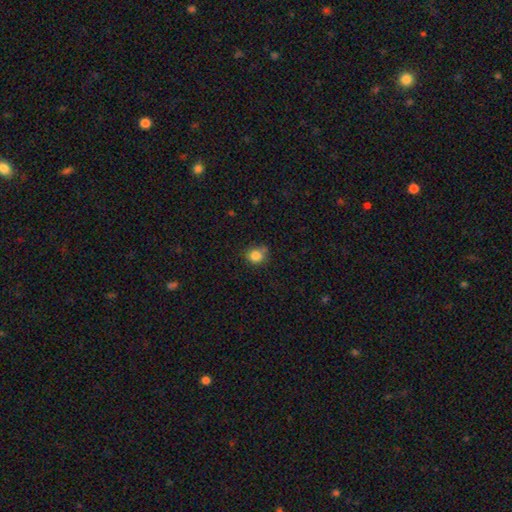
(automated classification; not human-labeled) Smooth or featured: smooth — 84% (star or artifact — 11%)
How rounded: round — 81% (in between — 19%)
Merging: none — 67% (minor disturbance — 21%)